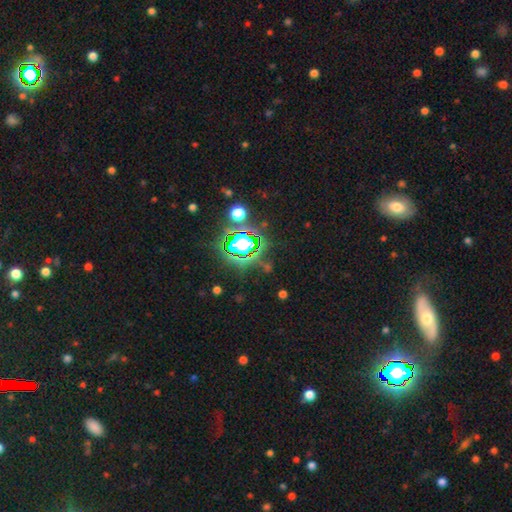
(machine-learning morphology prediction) Smooth or featured? star or artifact (81%)